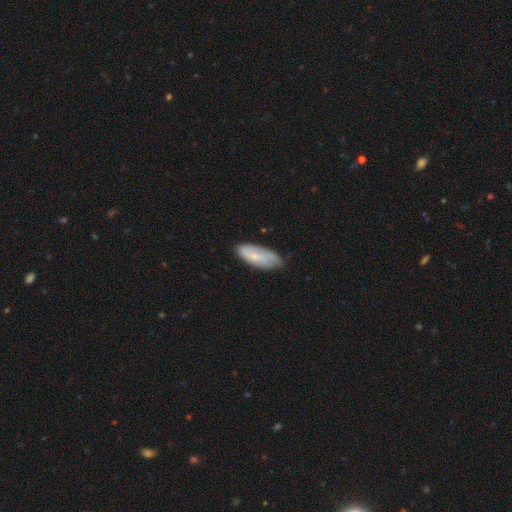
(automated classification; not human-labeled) Smooth or featured? Predicted: smooth (p=0.51). How rounded? Predicted: in between (p=0.78). Merging? Predicted: none (p=0.65).